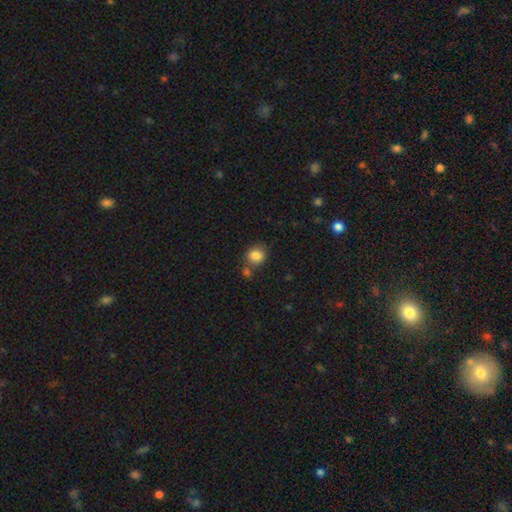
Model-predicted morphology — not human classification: Smooth or featured: smooth — 84% (star or artifact — 10%)
How rounded: round — 70% (in between — 29%)
Merging: none — 63% (merger — 19%)